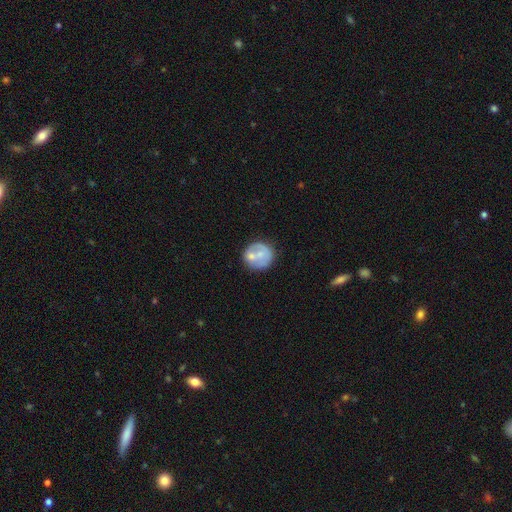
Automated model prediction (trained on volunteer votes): Q: Smooth or featured?
A: smooth (53%); runner-up: featured or disk (40%)
Q: How rounded?
A: round (90%); runner-up: in between (9%)
Q: Merging?
A: none (63%); runner-up: minor disturbance (17%)